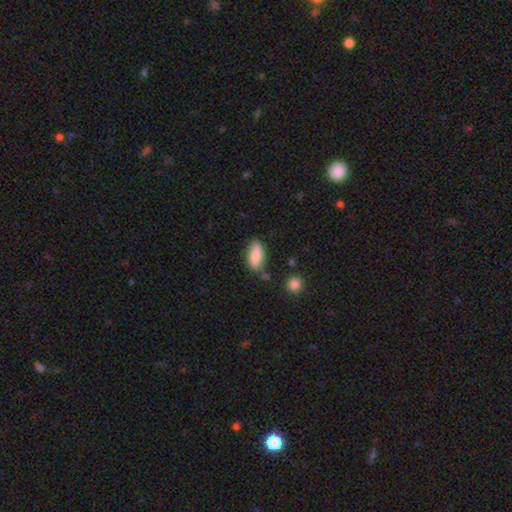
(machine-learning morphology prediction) Smooth or featured?
  - smooth: 85% *
  - featured or disk: 8%
  - star or artifact: 7%
How rounded?
  - in between: 85% *
  - cigar-shaped: 13%
  - round: 3%
Merging?
  - none: 70% *
  - minor disturbance: 20%
  - merger: 6%
  - major disturbance: 4%